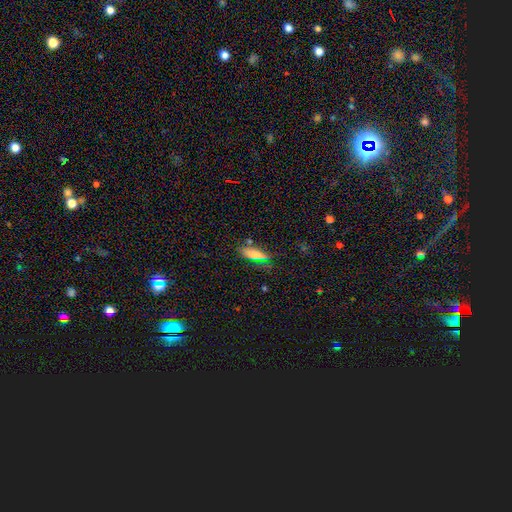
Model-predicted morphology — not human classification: This is likely a smooth galaxy (73%). How rounded: possibly in between (55%). Merging: likely none (64%).